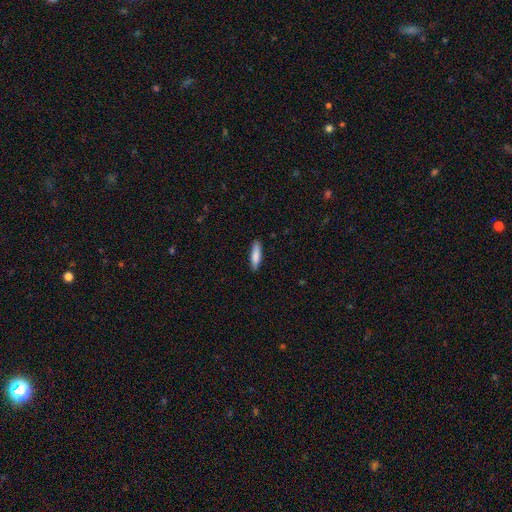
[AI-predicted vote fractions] Smooth or featured? Predicted: smooth (p=0.84). How rounded? Predicted: cigar-shaped (p=0.70). Merging? Predicted: none (p=0.87).